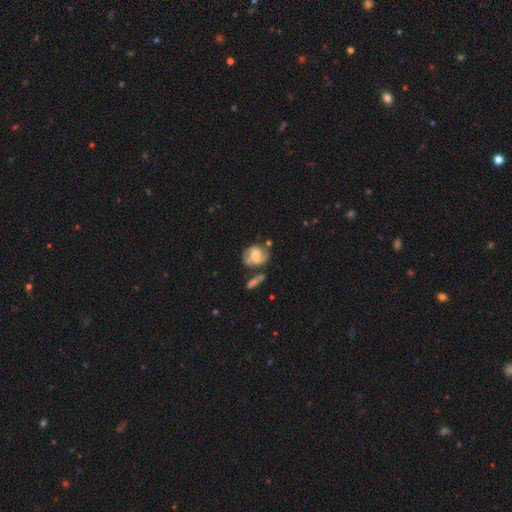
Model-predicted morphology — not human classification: Overall: featured or disk (55%; smooth 36%). Edge-on disk: no (96%). Bar: no (44%; weak 39%). Spiral arms: yes (68%; no 32%). Bulge size: moderate (37%; large 26%). Merging: none (41%; merger 22%).